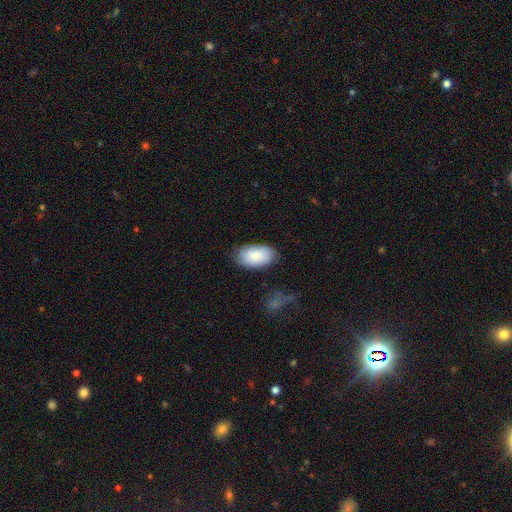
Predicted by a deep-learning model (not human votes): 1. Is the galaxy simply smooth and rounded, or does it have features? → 80% smooth, 14% featured or disk, 6% star or artifact.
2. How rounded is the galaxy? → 94% in between, 4% round, 2% cigar-shaped.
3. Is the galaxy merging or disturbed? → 75% none, 18% minor disturbance, 4% major disturbance, 2% merger.